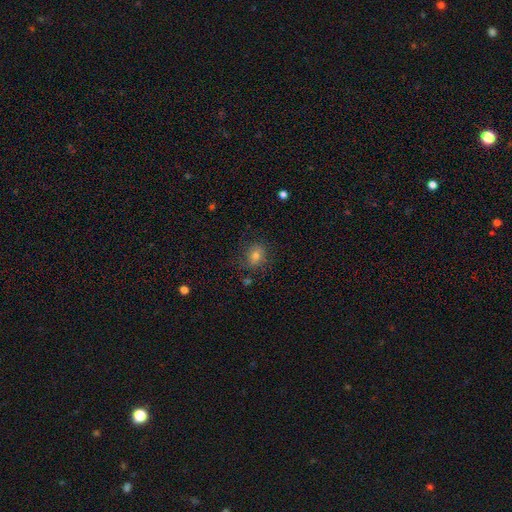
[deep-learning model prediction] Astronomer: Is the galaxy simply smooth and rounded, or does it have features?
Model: smooth — 65%.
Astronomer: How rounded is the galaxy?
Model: round — 63%.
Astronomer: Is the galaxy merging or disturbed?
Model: none — 75%.